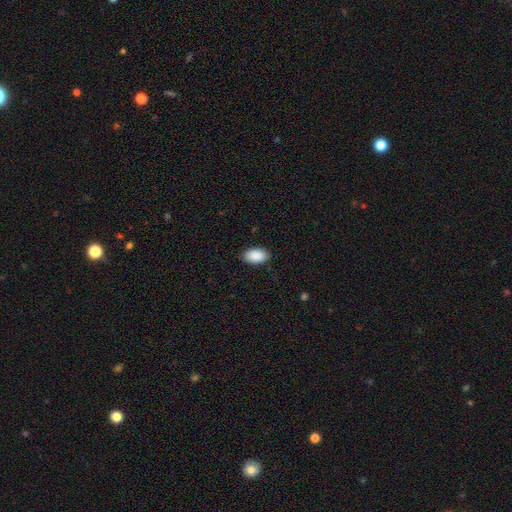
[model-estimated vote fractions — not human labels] Smooth or featured: smooth — 91% (star or artifact — 6%)
How rounded: in between — 94% (round — 4%)
Merging: none — 89% (minor disturbance — 8%)